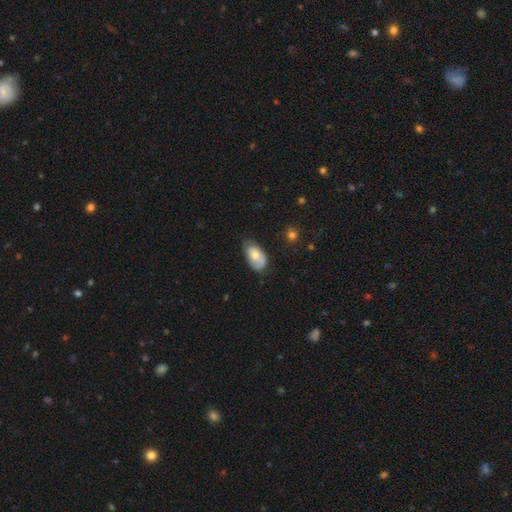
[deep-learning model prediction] This is likely a smooth galaxy (65%). How rounded: clearly in between (93%). Merging: possibly none (50%).